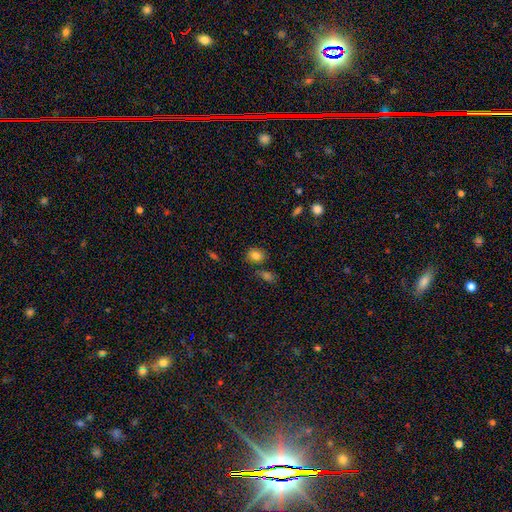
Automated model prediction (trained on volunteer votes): smooth 81%, star or artifact 11%, featured or disk 9%. Down the decision tree: how rounded — in between (50%); merging — none (73%).